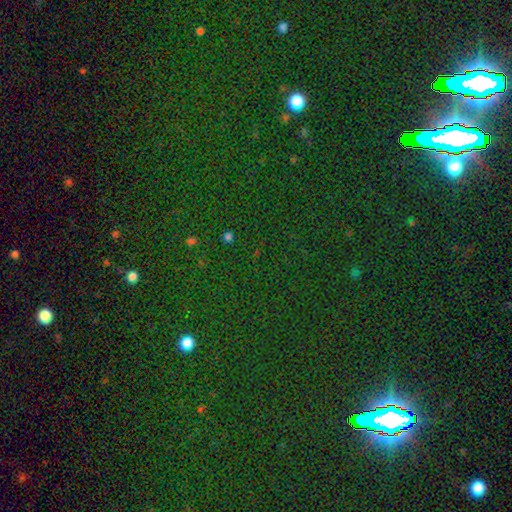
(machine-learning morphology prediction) star or artifact 76%, smooth 16%, featured or disk 8%.